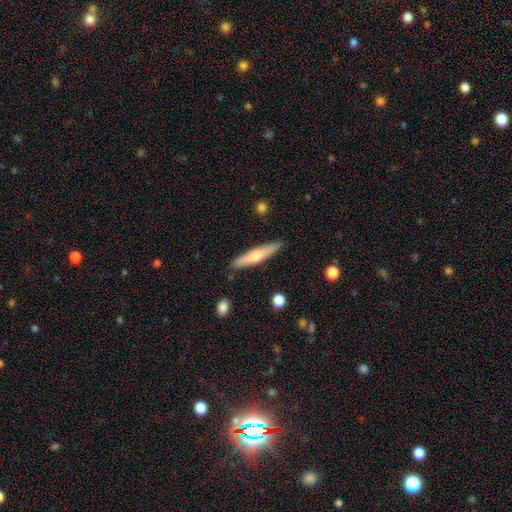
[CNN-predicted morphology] The model was most divided on "smooth or featured": smooth: 53%, featured or disk: 41%, star or artifact: 6%. More confident: merging — none (87%); how rounded — cigar-shaped (86%).